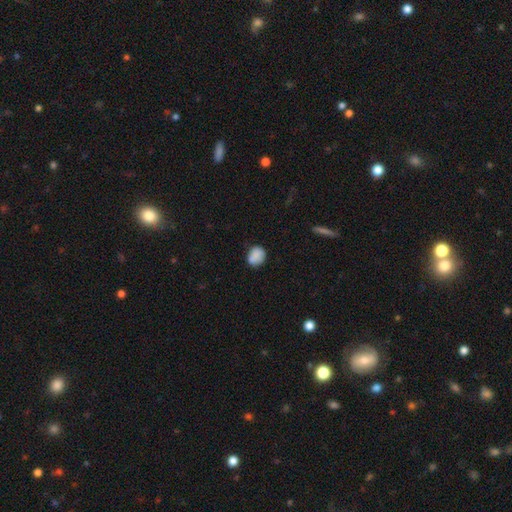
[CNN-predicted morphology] Smooth or featured? Predicted: smooth (p=0.85). How rounded? Predicted: round (p=0.57). Merging? Predicted: none (p=0.70).